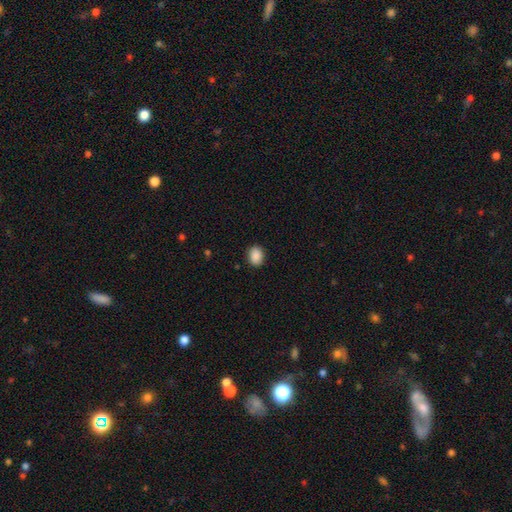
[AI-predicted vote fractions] Smooth or featured? smooth (89%)
How rounded? in between (57%)
Merging? none (88%)